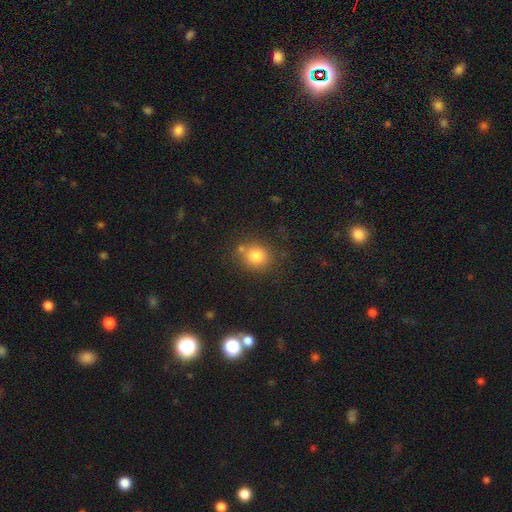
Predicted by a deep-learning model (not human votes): smooth 81%, star or artifact 12%, featured or disk 7%. Down the decision tree: how rounded — round (79%); merging — none (76%).